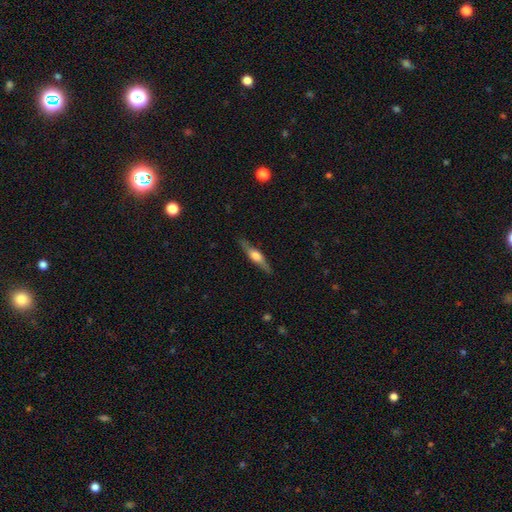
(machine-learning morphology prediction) Smooth or featured? Predicted: featured or disk (p=0.63). Edge-on disk? Predicted: yes (p=0.93). Edge-on bulge? Predicted: rounded (p=0.79). Merging? Predicted: none (p=0.85).